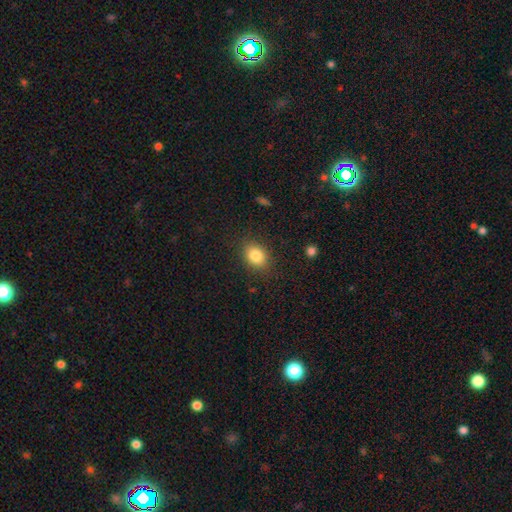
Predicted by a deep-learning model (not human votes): This appears to be a smooth galaxy with no disk features (83%) that is in between round and cigar-shaped (62%). Merging: none (85%).